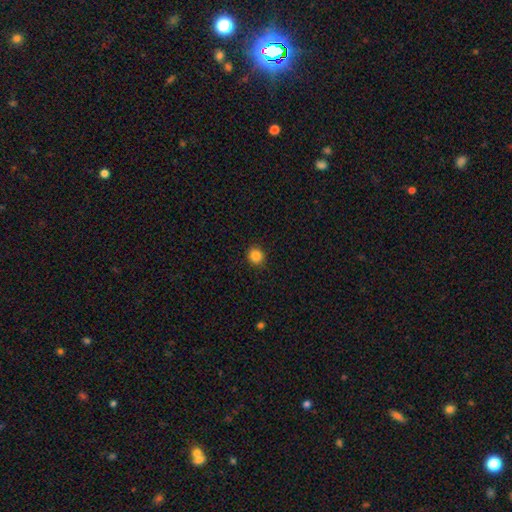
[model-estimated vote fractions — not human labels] Smooth or featured? smooth (86%)
How rounded? round (89%)
Merging? none (92%)